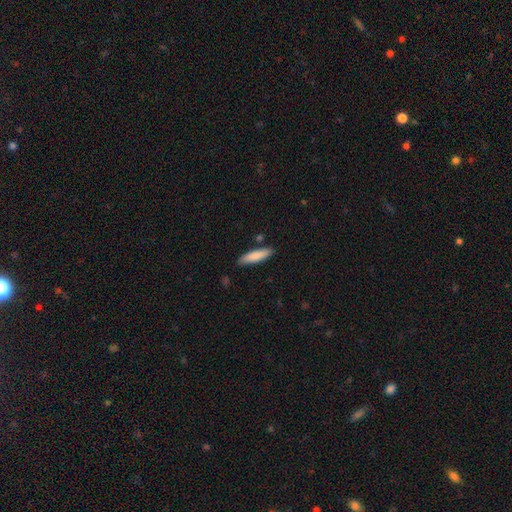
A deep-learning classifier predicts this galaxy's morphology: smooth-or-featured: smooth: 83% | featured or disk: 11% | star or artifact: 5%
  how-rounded: cigar-shaped: 72% | in between: 26% | round: 1%
  merging: none: 84% | minor disturbance: 11% | merger: 3% | major disturbance: 2%